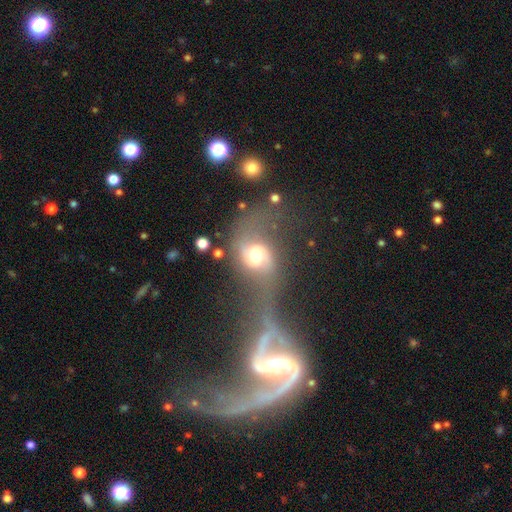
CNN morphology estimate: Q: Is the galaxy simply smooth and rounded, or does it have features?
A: featured or disk — 49%.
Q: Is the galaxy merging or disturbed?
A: merger — 47%.